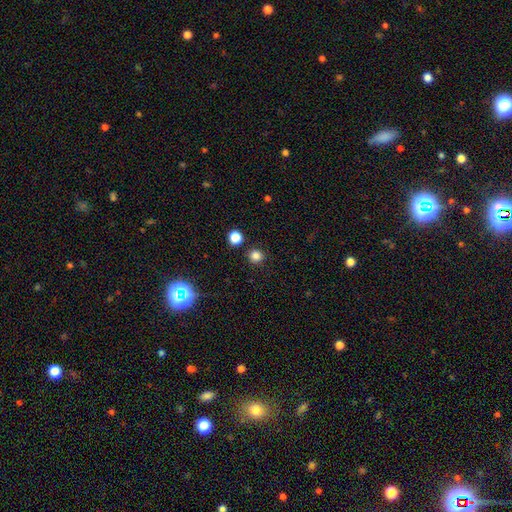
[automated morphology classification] Smooth or featured? Predicted: smooth (p=0.81). How rounded? Predicted: round (p=0.91). Merging? Predicted: none (p=0.89).